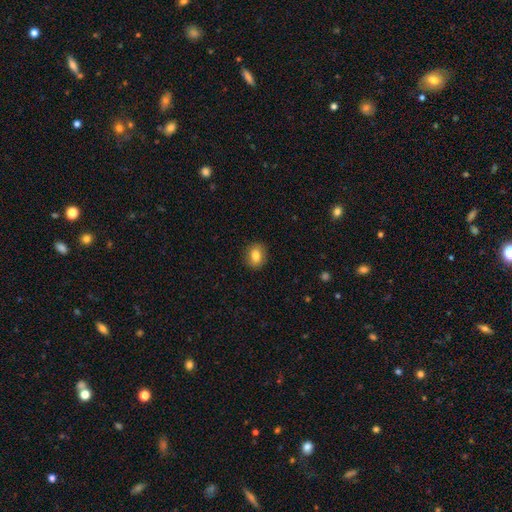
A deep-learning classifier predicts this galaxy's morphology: Q: Smooth or featured?
A: smooth (81%); runner-up: featured or disk (9%)
Q: How rounded?
A: round (57%); runner-up: in between (41%)
Q: Merging?
A: none (89%); runner-up: minor disturbance (8%)